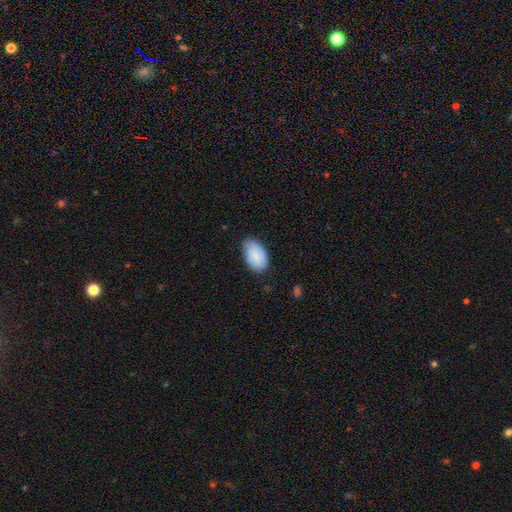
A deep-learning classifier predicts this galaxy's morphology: A smooth galaxy with no disk features (85%) that is in between round and cigar-shaped (94%).

Vote fractions:
- Smooth or featured? smooth: 85% / featured or disk: 9% / star or artifact: 6%
- How rounded? in between: 94% / round: 5% / cigar-shaped: 1%
- Merging? none: 74% / minor disturbance: 22% / major disturbance: 3% / merger: 1%